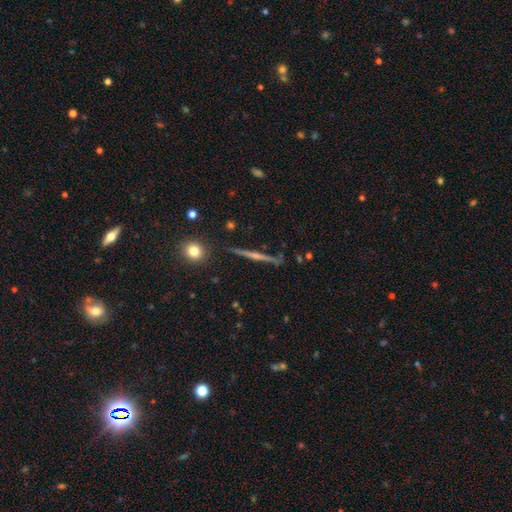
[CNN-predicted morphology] Smooth or featured?
  - featured or disk: 44% *
  - star or artifact: 30%
  - smooth: 25%
Merging?
  - none: 78% *
  - minor disturbance: 10%
  - merger: 6%
  - major disturbance: 5%